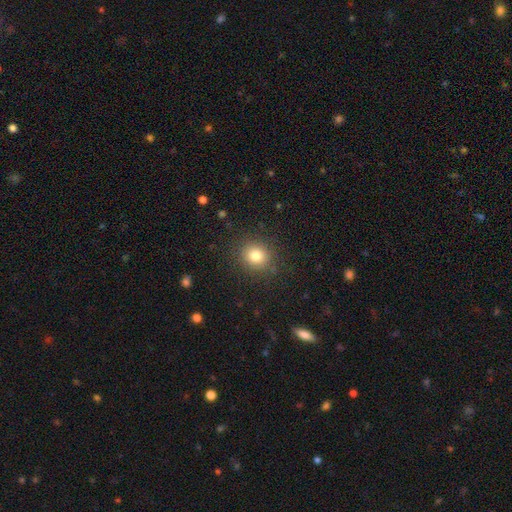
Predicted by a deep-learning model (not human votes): Smooth or featured?
  - smooth: 81% *
  - star or artifact: 12%
  - featured or disk: 7%
How rounded?
  - round: 84% *
  - in between: 15%
  - cigar-shaped: 1%
Merging?
  - none: 88% *
  - minor disturbance: 8%
  - major disturbance: 3%
  - merger: 1%